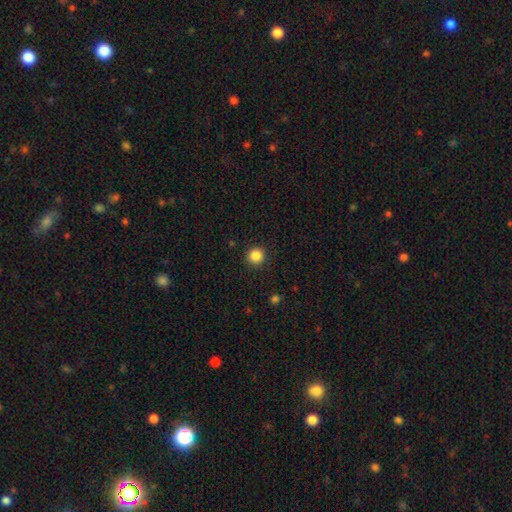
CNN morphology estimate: A smooth galaxy with no disk features (86%) that is round (92%). Merging: none (92%).